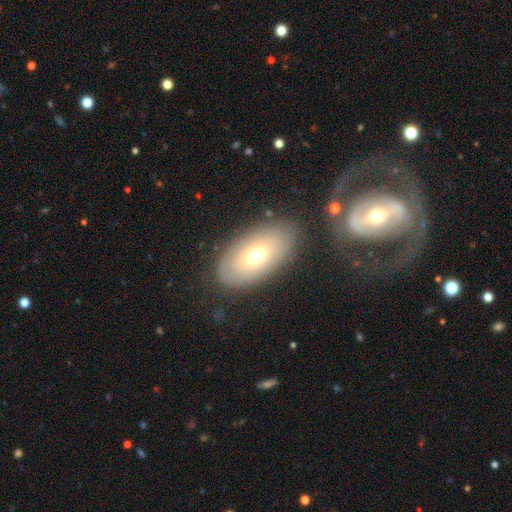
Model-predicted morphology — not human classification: Smooth or featured? smooth (53%)
How rounded? in between (91%)
Merging? none (75%)